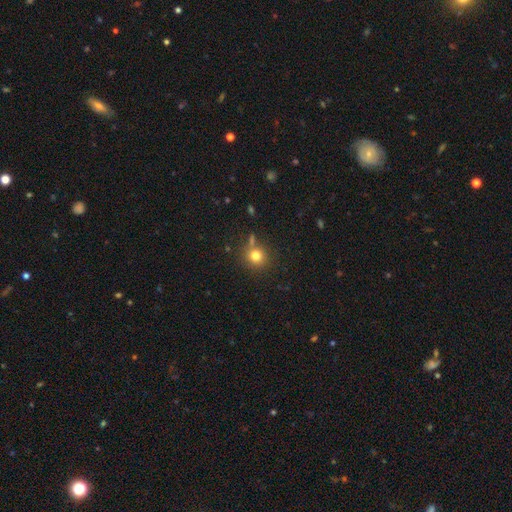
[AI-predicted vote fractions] A smooth galaxy with no disk features (78%) that is round (90%).

Vote fractions:
- Smooth or featured? smooth: 78% / star or artifact: 14% / featured or disk: 8%
- How rounded? round: 90% / in between: 9% / cigar-shaped: 1%
- Merging? none: 76% / minor disturbance: 11% / merger: 10% / major disturbance: 4%